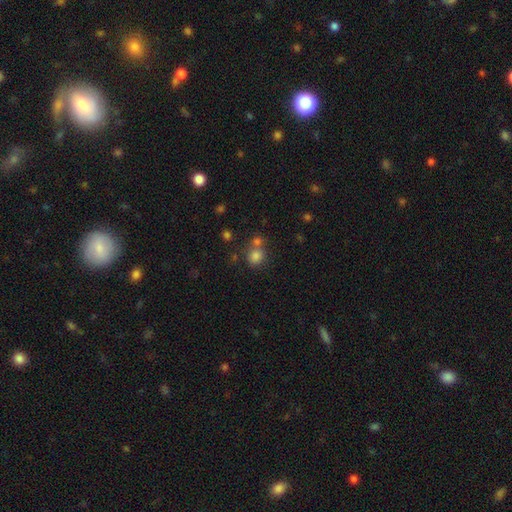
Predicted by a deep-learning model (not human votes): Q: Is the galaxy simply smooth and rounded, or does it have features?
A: smooth — 79%.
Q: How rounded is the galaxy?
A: round — 80%.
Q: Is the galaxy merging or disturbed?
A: none — 56%.